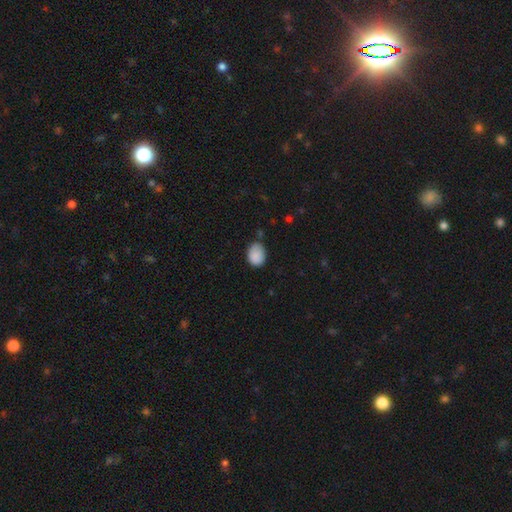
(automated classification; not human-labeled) smooth-or-featured: smooth: 88% | star or artifact: 8% | featured or disk: 5%
  how-rounded: in between: 62% | round: 37% | cigar-shaped: 1%
  merging: none: 64% | minor disturbance: 28% | major disturbance: 4% | merger: 3%